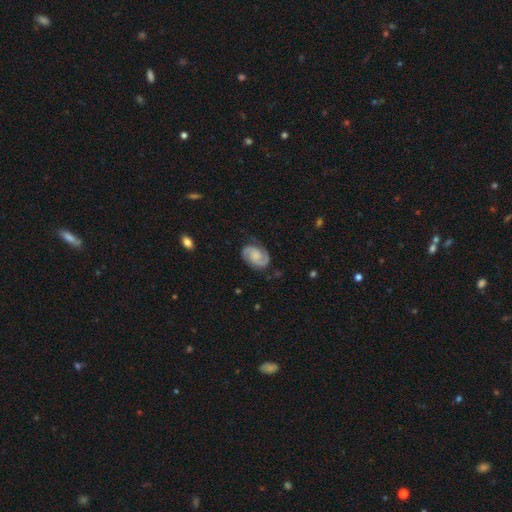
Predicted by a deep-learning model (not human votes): Smooth or featured? featured or disk (86%)
Edge-on disk? no (98%)
Bar? no (61%)
Spiral arms? yes (98%)
Spiral winding? medium (46%)
Spiral arm count? 2 (93%)
Bulge size? moderate (31%)
Merging? none (81%)